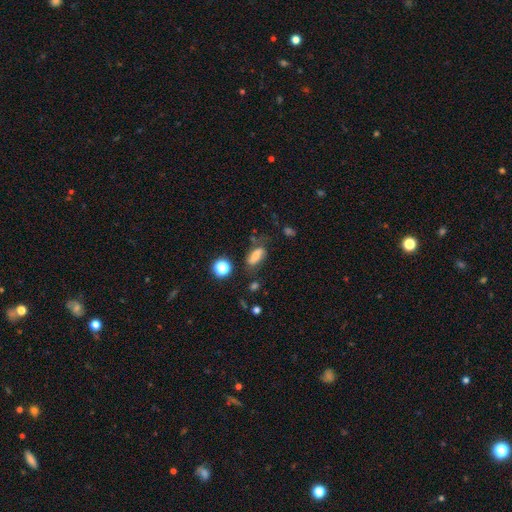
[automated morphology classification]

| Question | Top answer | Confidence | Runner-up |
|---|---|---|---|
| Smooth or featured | smooth | 57% | featured or disk (30%) |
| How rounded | in between | 80% | cigar-shaped (11%) |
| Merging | none | 58% | minor disturbance (25%) |